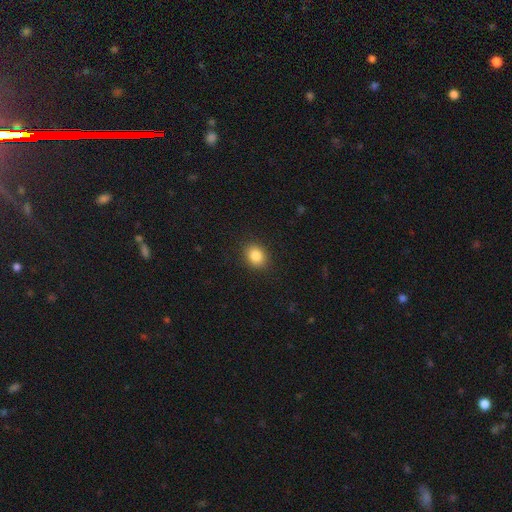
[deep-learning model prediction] smooth 85%, star or artifact 10%, featured or disk 5%. Down the decision tree: how rounded — round (52%); merging — none (89%).